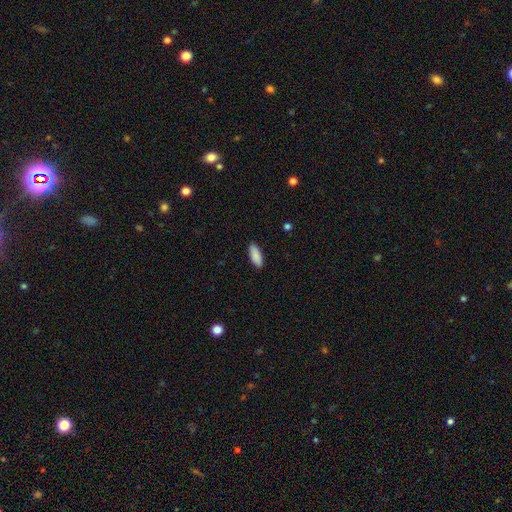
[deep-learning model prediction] Q: Smooth or featured?
A: smooth (90%); runner-up: star or artifact (6%)
Q: How rounded?
A: in between (77%); runner-up: cigar-shaped (21%)
Q: Merging?
A: none (89%); runner-up: minor disturbance (8%)